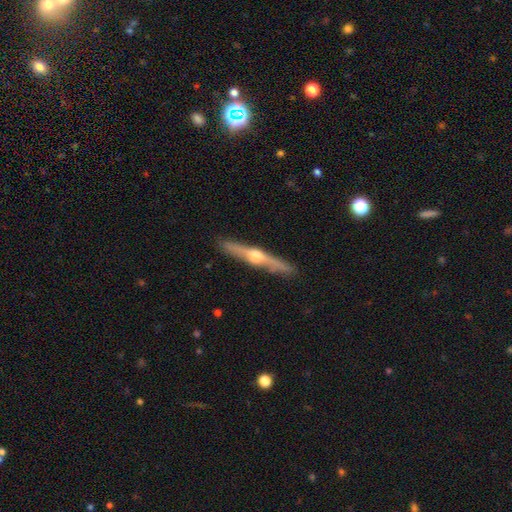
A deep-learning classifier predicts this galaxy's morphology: This is likely a featured or disk galaxy (75%). It is clearly viewed edge-on (97%). Edge-on bulge: clearly rounded (93%). Merging: clearly none (90%).